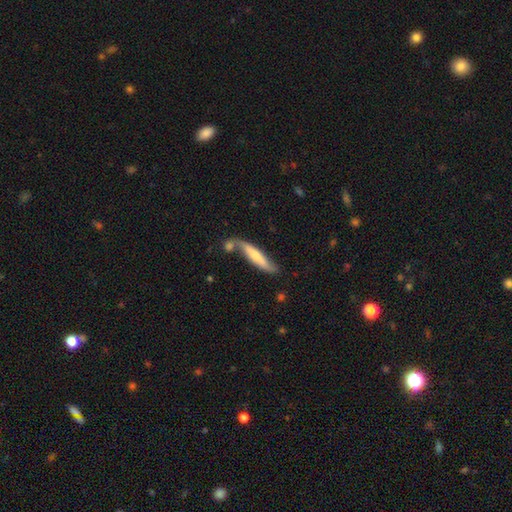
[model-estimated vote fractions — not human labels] This is possibly a smooth galaxy (48%). Merging: possibly none (51%).